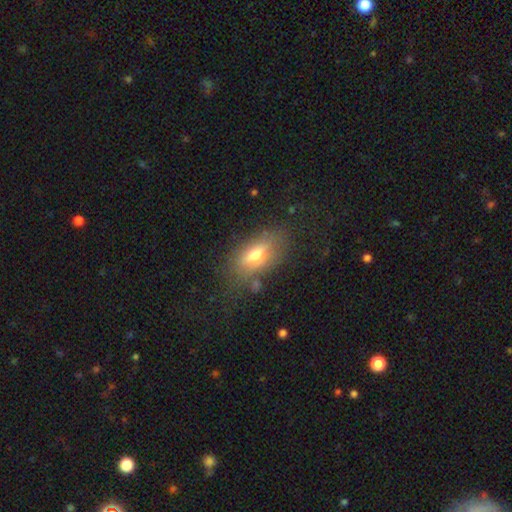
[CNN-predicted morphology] Q: Smooth or featured?
A: smooth (64%); runner-up: featured or disk (27%)
Q: How rounded?
A: in between (82%); runner-up: cigar-shaped (12%)
Q: Merging?
A: none (67%); runner-up: minor disturbance (19%)